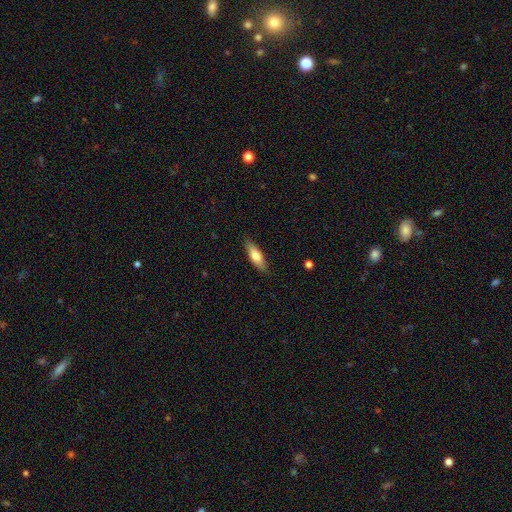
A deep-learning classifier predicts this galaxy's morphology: Smooth or featured: smooth — 71% (featured or disk — 24%)
How rounded: in between — 51% (cigar-shaped — 47%)
Merging: none — 86% (minor disturbance — 10%)